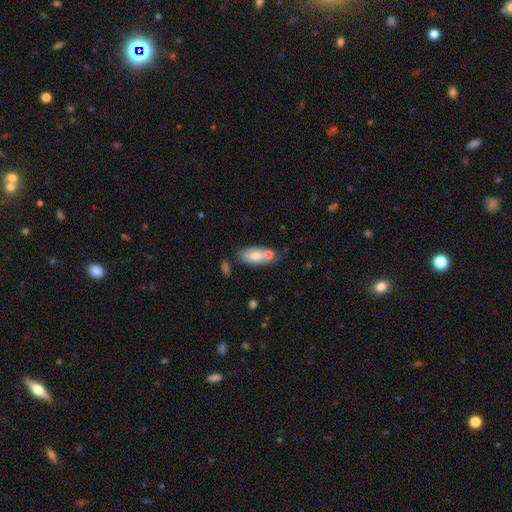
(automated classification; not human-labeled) Smooth or featured?
  - smooth: 76% *
  - featured or disk: 17%
  - star or artifact: 7%
How rounded?
  - in between: 83% *
  - cigar-shaped: 13%
  - round: 3%
Merging?
  - none: 55% *
  - merger: 25%
  - minor disturbance: 16%
  - major disturbance: 5%